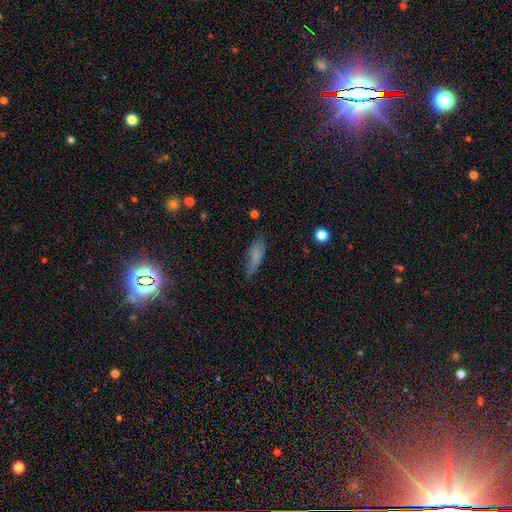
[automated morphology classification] smooth_or_featured: smooth (p=0.72) [alt: featured or disk p=0.18]
how_rounded: cigar-shaped (p=0.57) [alt: in between p=0.41]
merging: none (p=0.68) [alt: minor disturbance p=0.24]